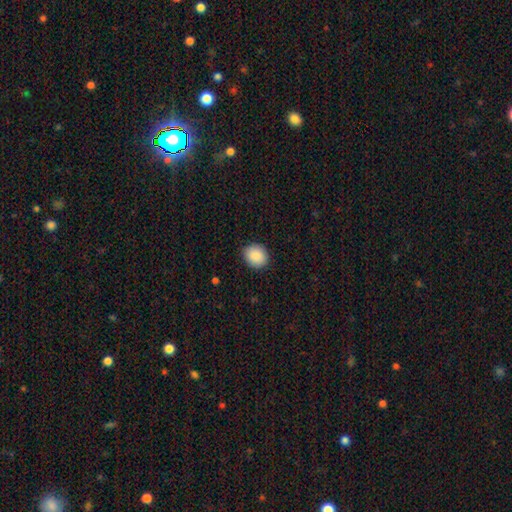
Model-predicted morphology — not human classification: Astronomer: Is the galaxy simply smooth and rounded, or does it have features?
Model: smooth — 89%.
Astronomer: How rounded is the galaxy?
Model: round — 72%.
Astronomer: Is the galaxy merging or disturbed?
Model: none — 88%.